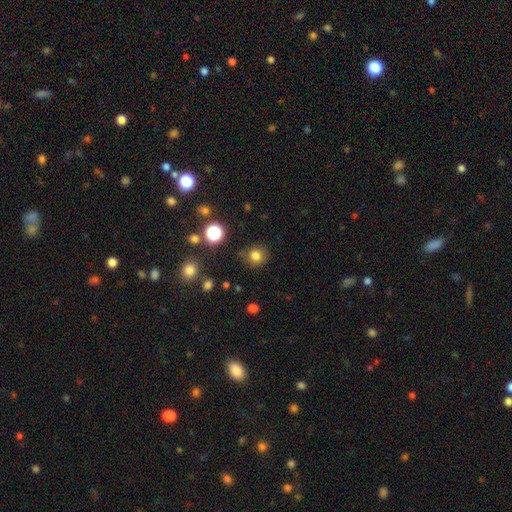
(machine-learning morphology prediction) Smooth or featured? smooth (79%)
How rounded? round (87%)
Merging? none (80%)